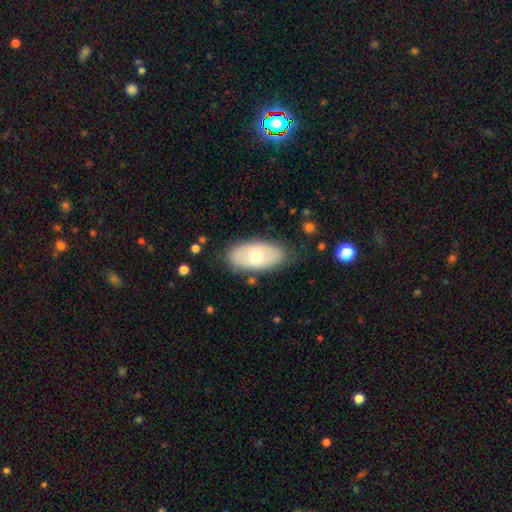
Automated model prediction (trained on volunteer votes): Smooth or featured? smooth (60%)
How rounded? in between (94%)
Merging? none (80%)